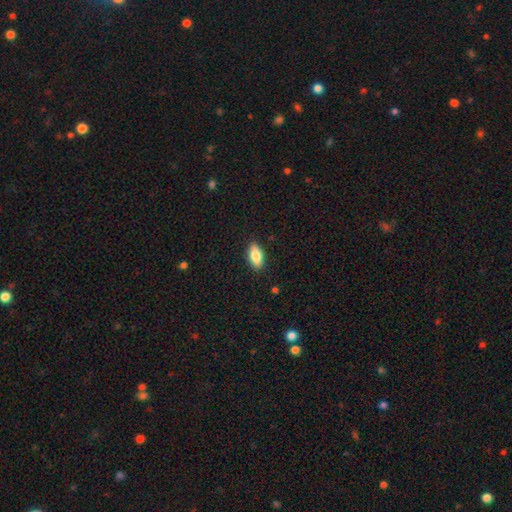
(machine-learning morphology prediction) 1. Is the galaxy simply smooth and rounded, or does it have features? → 81% smooth, 12% featured or disk, 7% star or artifact.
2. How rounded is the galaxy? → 88% in between, 9% cigar-shaped, 3% round.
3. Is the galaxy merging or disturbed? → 88% none, 9% minor disturbance, 2% major disturbance, 1% merger.